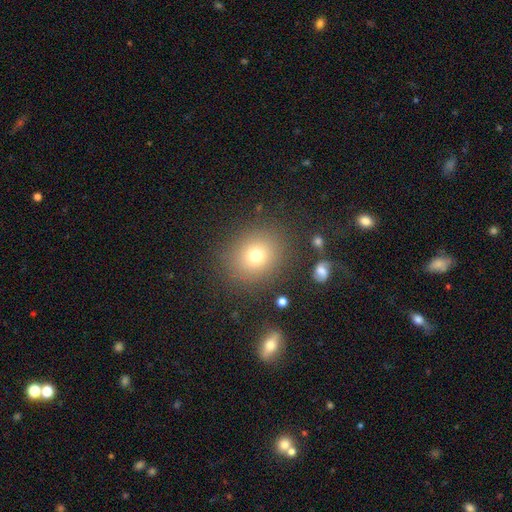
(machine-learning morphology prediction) smooth_or_featured: smooth (p=0.73) [alt: star or artifact p=0.15]
how_rounded: round (p=0.74) [alt: in between p=0.25]
merging: none (p=0.85) [alt: minor disturbance p=0.09]